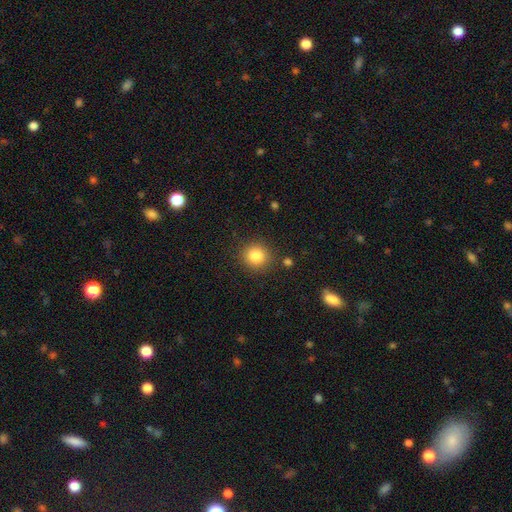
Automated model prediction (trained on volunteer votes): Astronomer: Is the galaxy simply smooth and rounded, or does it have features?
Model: smooth — 85%.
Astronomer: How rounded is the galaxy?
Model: round — 88%.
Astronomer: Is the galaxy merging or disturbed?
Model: none — 86%.